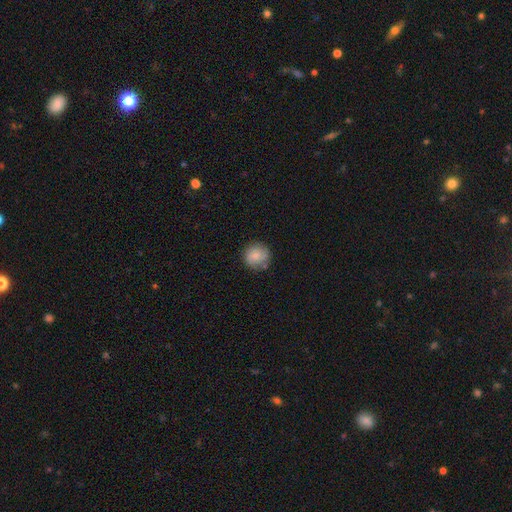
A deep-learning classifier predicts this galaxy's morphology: Smooth or featured: smooth — 79% (featured or disk — 13%)
How rounded: round — 92% (in between — 7%)
Merging: none — 78% (minor disturbance — 15%)